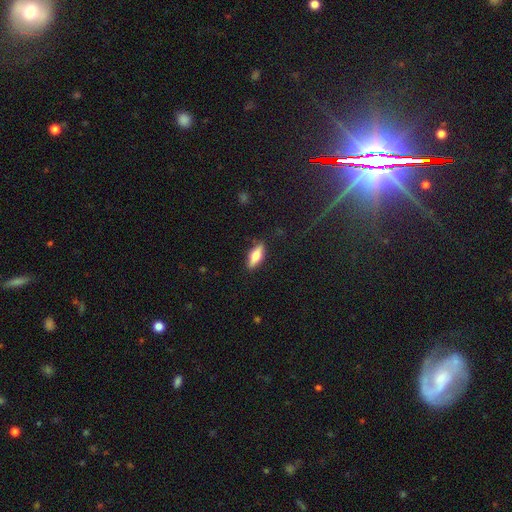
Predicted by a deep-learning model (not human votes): Q: Smooth or featured?
A: smooth (54%); runner-up: featured or disk (39%)
Q: How rounded?
A: in between (60%); runner-up: cigar-shaped (37%)
Q: Merging?
A: none (87%); runner-up: minor disturbance (10%)